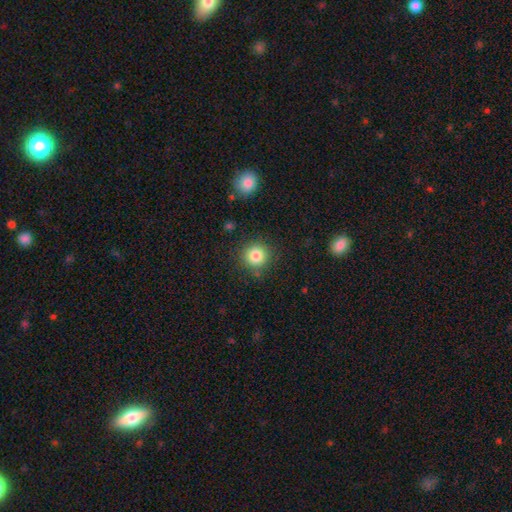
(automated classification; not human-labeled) Smooth or featured?
  - smooth: 84% *
  - star or artifact: 11%
  - featured or disk: 6%
How rounded?
  - round: 92% *
  - in between: 7%
  - cigar-shaped: 1%
Merging?
  - none: 85% *
  - minor disturbance: 9%
  - major disturbance: 3%
  - merger: 3%